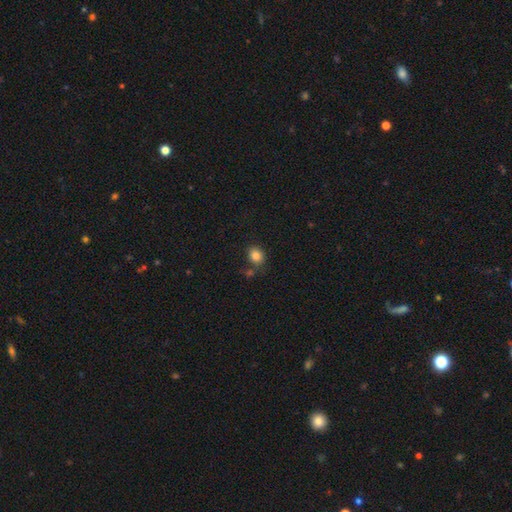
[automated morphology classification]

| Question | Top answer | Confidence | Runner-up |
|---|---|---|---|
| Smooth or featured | smooth | 84% | star or artifact (11%) |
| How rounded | round | 56% | in between (43%) |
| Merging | none | 75% | minor disturbance (12%) |